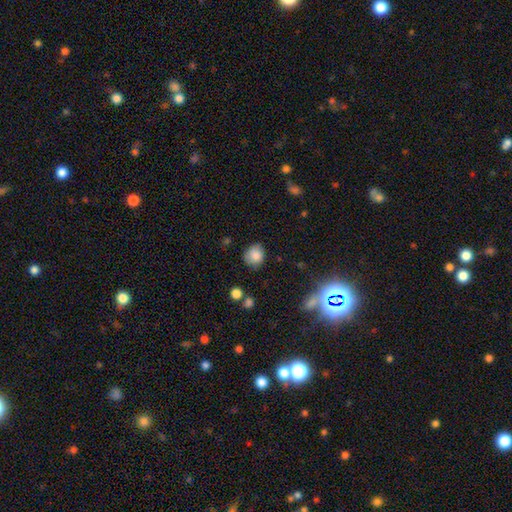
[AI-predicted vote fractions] A smooth galaxy with no disk features (84%) that is round (74%). Merging: none (75%).